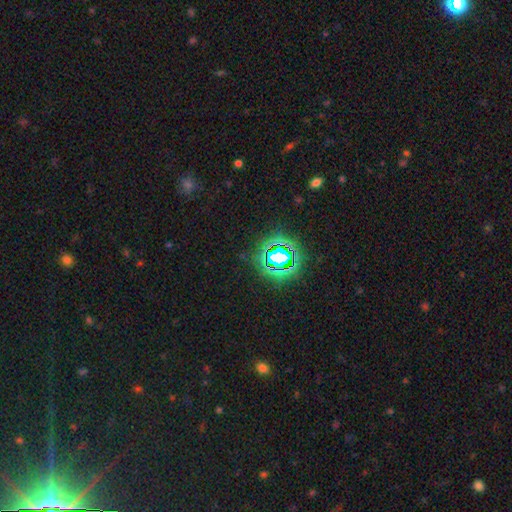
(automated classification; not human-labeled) A star or artifact, not a galaxy (79%).